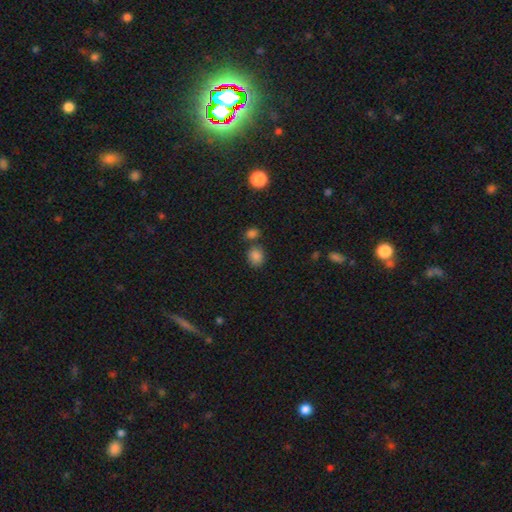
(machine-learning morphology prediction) Smooth or featured?
  - smooth: 83% *
  - star or artifact: 12%
  - featured or disk: 5%
How rounded?
  - round: 62% *
  - in between: 37%
  - cigar-shaped: 1%
Merging?
  - none: 65% *
  - merger: 19%
  - minor disturbance: 12%
  - major disturbance: 4%